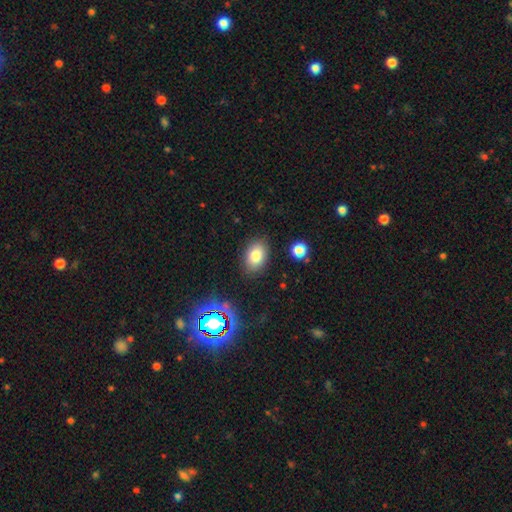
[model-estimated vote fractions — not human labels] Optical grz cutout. It shows a smooth galaxy with no disk features (81%) that is in between round and cigar-shaped (84%). Merging: none (85%).